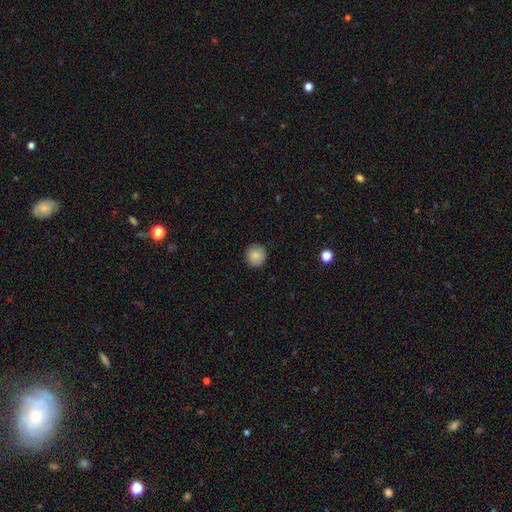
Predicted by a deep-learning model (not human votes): The model was most divided on "smooth or featured": smooth: 86%, star or artifact: 8%, featured or disk: 6%. More confident: how rounded — round (92%); merging — none (90%).